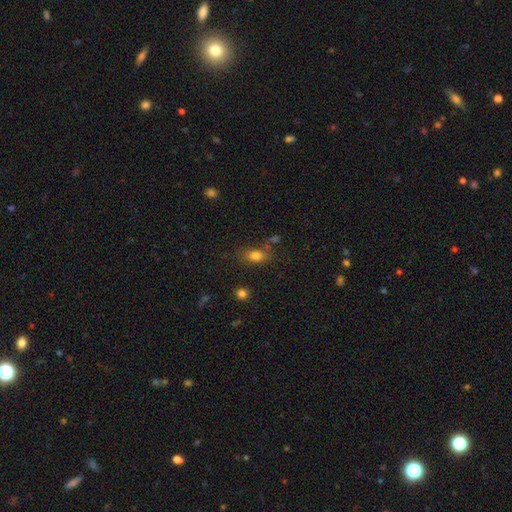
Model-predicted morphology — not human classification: This is likely a smooth galaxy (79%). How rounded: likely in between (77%). Merging: likely none (67%).